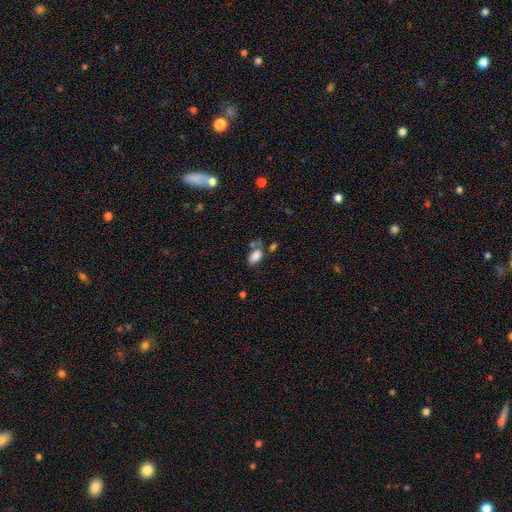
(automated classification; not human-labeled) Smooth or featured? Predicted: smooth (p=0.84). How rounded? Predicted: in between (p=0.93). Merging? Predicted: none (p=0.51).